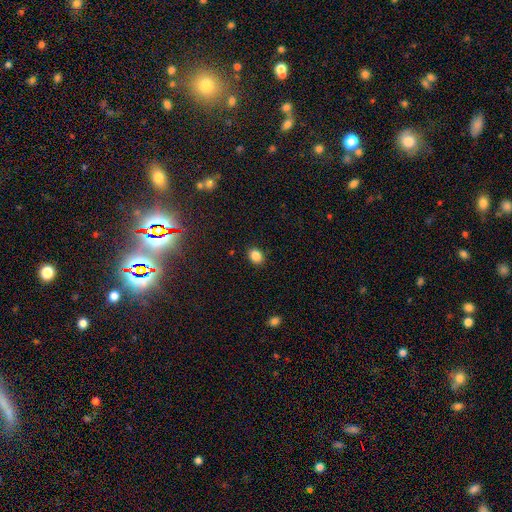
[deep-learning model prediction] smooth 86%, star or artifact 10%, featured or disk 4%. Down the decision tree: how rounded — in between (56%); merging — none (88%).